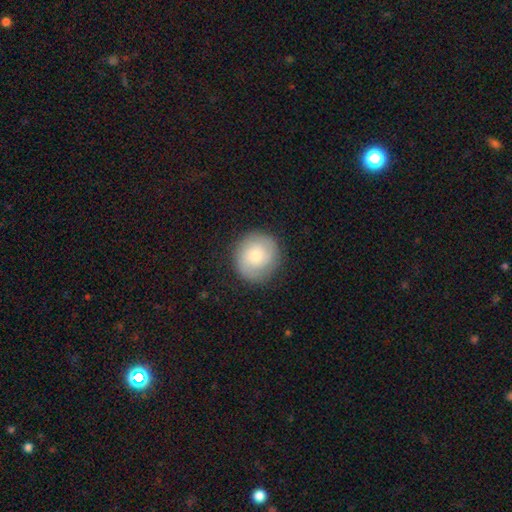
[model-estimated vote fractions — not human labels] The model was most divided on "smooth or featured": smooth: 59%, featured or disk: 34%, star or artifact: 7%. More confident: how rounded — round (92%); merging — none (85%).